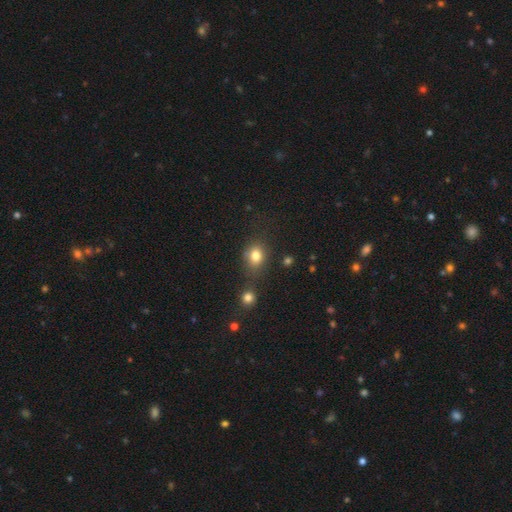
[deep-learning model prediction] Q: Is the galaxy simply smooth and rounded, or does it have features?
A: smooth — 80%.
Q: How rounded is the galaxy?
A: round — 52%.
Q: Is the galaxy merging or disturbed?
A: none — 65%.